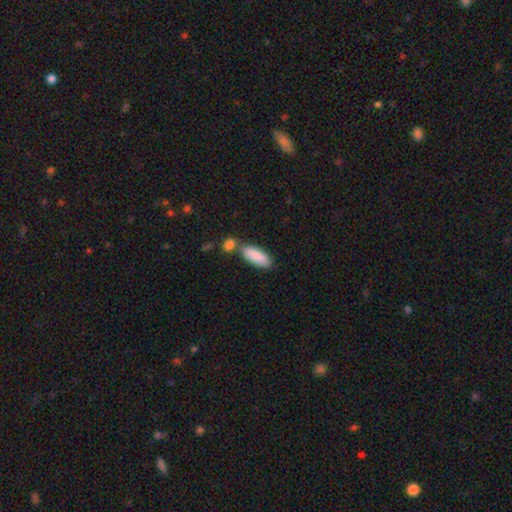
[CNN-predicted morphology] Smooth or featured? smooth (88%)
How rounded? in between (72%)
Merging? none (56%)